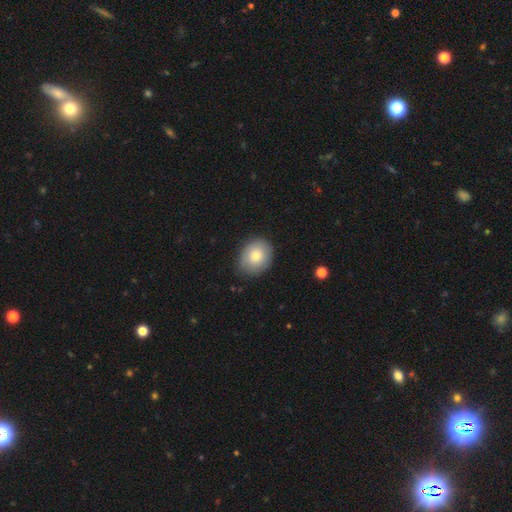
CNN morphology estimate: This appears to be a smooth galaxy with no disk features (77%) that is round (56%). Merging: none (81%).